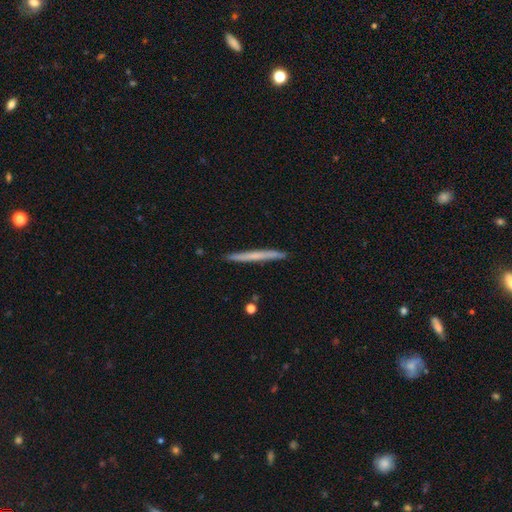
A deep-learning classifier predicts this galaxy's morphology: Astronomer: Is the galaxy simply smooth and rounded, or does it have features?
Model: smooth — 49% (runner-up: featured or disk, 45%).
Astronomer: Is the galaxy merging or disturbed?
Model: none — 91%.